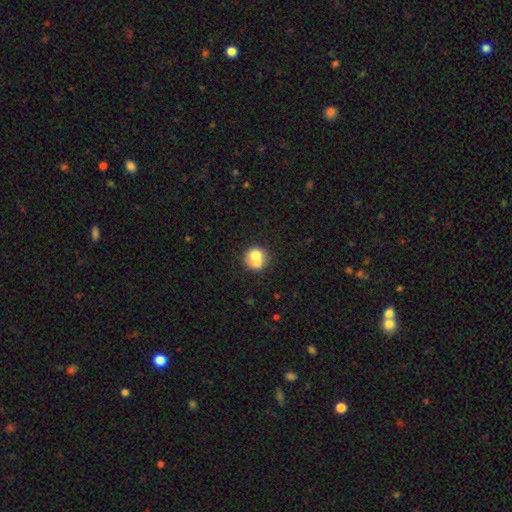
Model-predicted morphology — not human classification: type=smooth (69%); roundness=round (80%); merging=merger (50%).